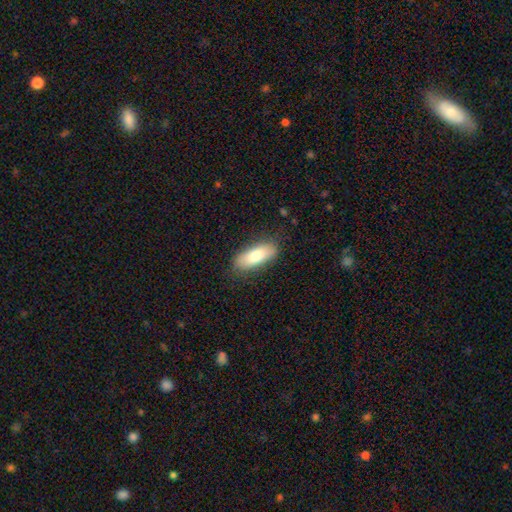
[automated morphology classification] smooth_or_featured: smooth (p=0.79) [alt: featured or disk p=0.15]
how_rounded: in between (p=0.77) [alt: cigar-shaped p=0.21]
merging: none (p=0.83) [alt: minor disturbance p=0.13]